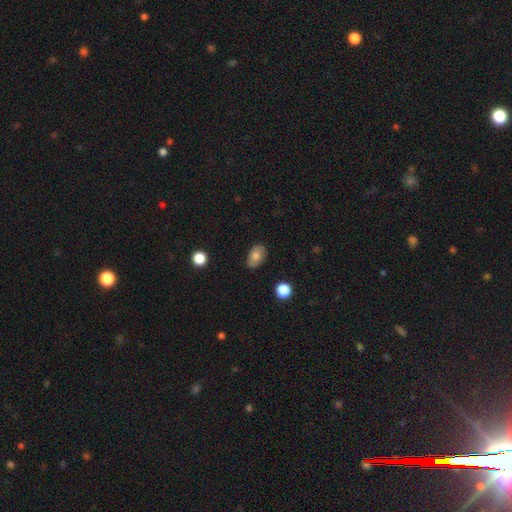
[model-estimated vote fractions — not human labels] smooth-or-featured: smooth: 74% | featured or disk: 17% | star or artifact: 9%
  how-rounded: in between: 84% | round: 14% | cigar-shaped: 1%
  merging: none: 78% | minor disturbance: 18% | major disturbance: 3% | merger: 2%